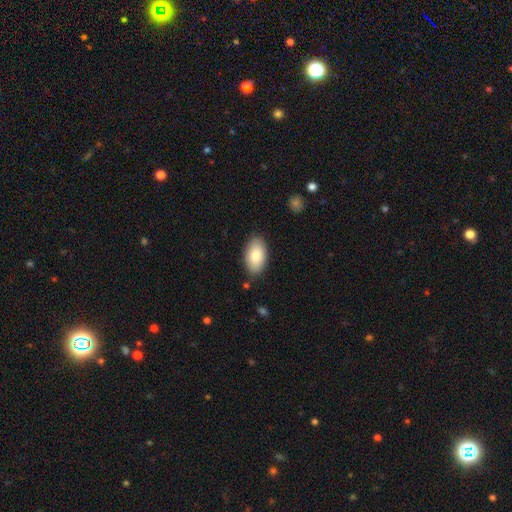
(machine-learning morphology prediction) Q: Smooth or featured?
A: smooth (83%); runner-up: featured or disk (10%)
Q: How rounded?
A: in between (95%); runner-up: round (4%)
Q: Merging?
A: none (84%); runner-up: minor disturbance (12%)